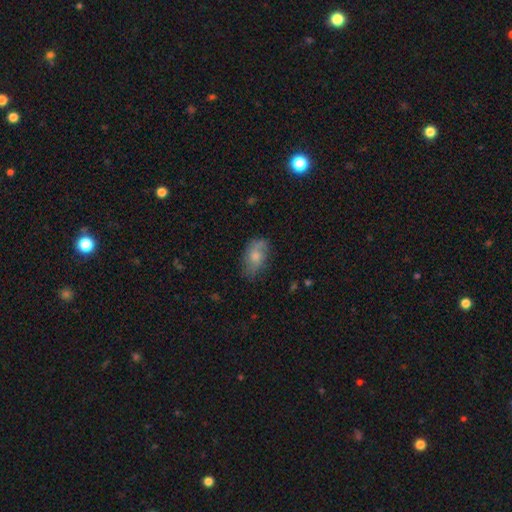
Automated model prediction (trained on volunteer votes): The model was most divided on "smooth or featured": smooth: 59%, featured or disk: 33%, star or artifact: 8%. More confident: how rounded — in between (88%); merging — none (63%).